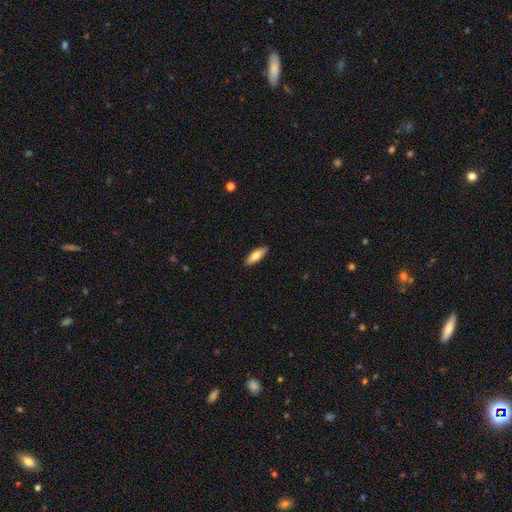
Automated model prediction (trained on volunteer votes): smooth_or_featured: smooth (p=0.80) [alt: featured or disk p=0.14]
how_rounded: in between (p=0.69) [alt: cigar-shaped p=0.29]
merging: none (p=0.88) [alt: minor disturbance p=0.09]